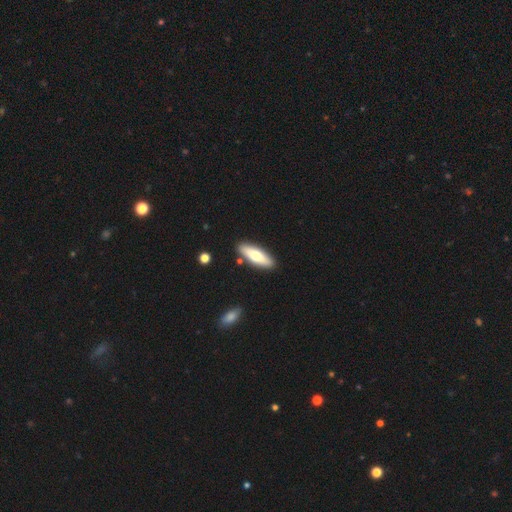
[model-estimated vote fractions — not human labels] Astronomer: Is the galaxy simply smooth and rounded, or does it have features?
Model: smooth — 62%.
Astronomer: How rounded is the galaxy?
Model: in between — 50% (runner-up: cigar-shaped, 49%).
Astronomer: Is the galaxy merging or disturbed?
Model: none — 88%.